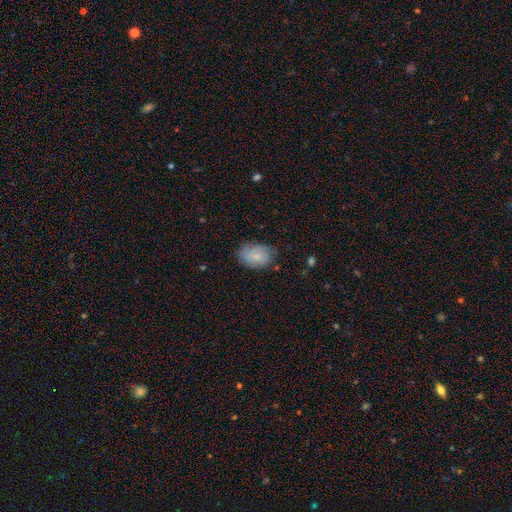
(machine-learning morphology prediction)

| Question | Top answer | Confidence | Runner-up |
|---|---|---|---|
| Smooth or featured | smooth | 68% | featured or disk (24%) |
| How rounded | in between | 82% | round (17%) |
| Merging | none | 68% | minor disturbance (24%) |